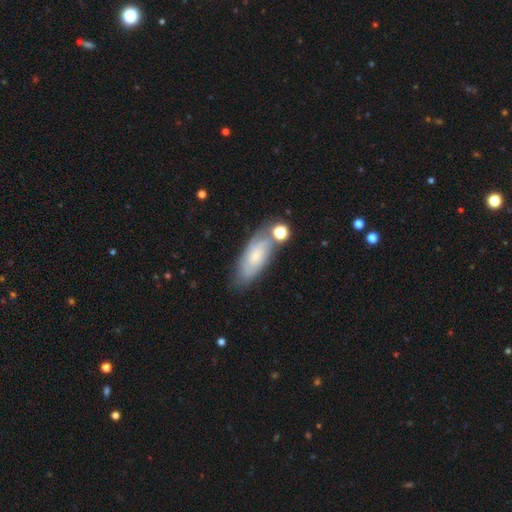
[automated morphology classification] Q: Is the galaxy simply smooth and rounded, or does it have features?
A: smooth — 50%.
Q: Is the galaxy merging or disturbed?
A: none — 58%.